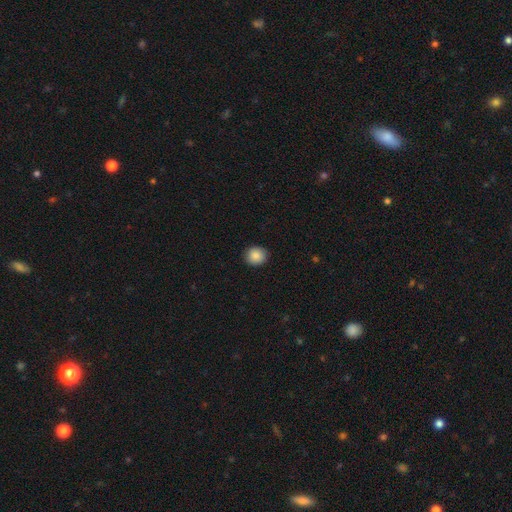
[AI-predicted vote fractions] This appears to be a smooth galaxy with no disk features (87%) that is round (80%). Merging: none (89%).